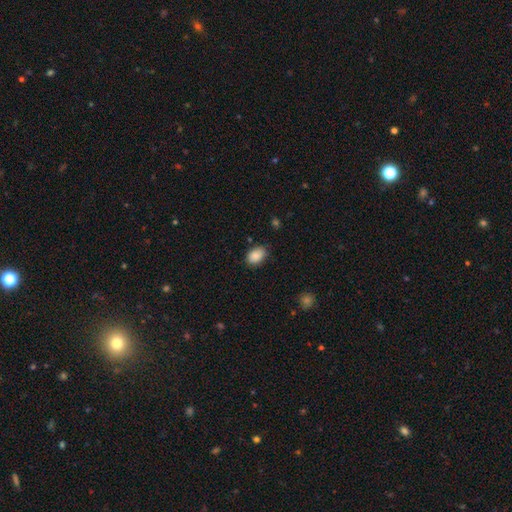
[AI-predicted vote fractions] This appears to be a smooth galaxy with no disk features (88%) that is in between round and cigar-shaped (80%). Merging: none (78%).